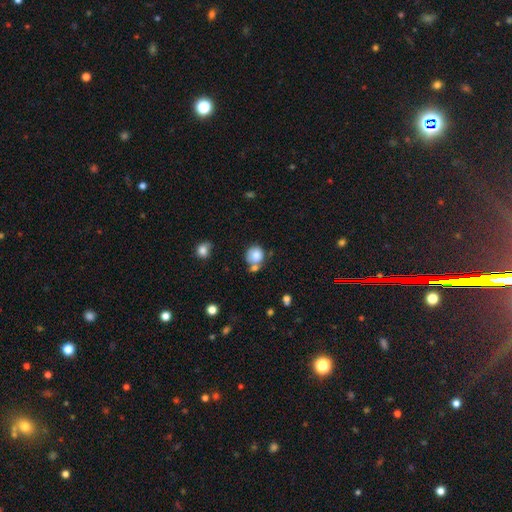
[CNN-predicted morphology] smooth 80%, featured or disk 11%, star or artifact 9%. Down the decision tree: how rounded — round (83%); merging — none (51%).